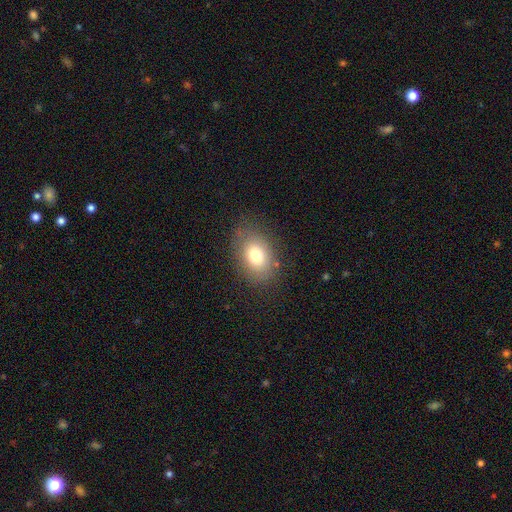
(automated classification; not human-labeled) Smooth or featured: smooth — 77% (featured or disk — 13%)
How rounded: in between — 76% (round — 23%)
Merging: none — 78% (minor disturbance — 15%)